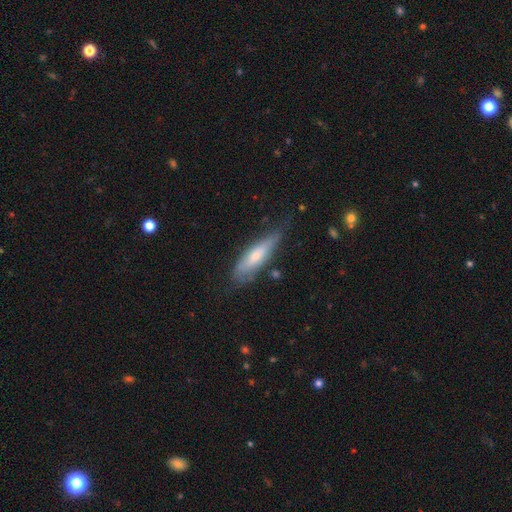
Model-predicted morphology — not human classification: Smooth or featured? Predicted: smooth (p=0.54). How rounded? Predicted: cigar-shaped (p=0.66). Merging? Predicted: none (p=0.63).